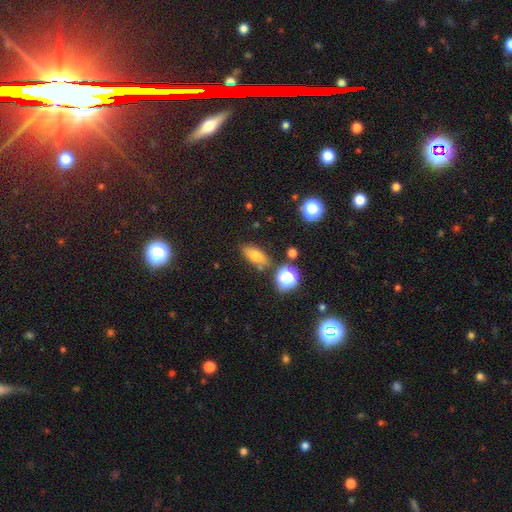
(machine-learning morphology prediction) A smooth galaxy with no disk features (72%) that is in between round and cigar-shaped (76%). Merging: none (76%).